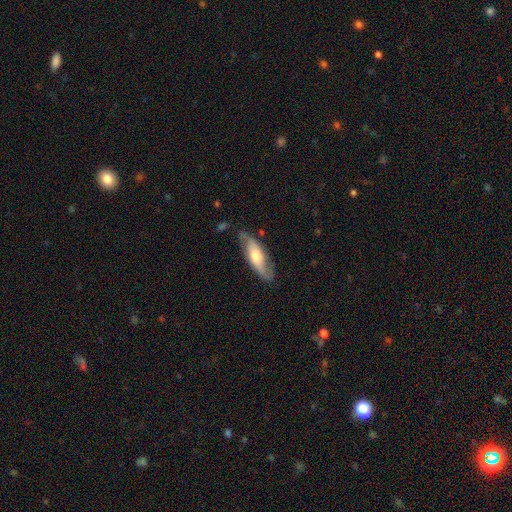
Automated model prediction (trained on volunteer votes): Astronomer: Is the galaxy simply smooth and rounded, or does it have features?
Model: featured or disk — 54% (runner-up: smooth, 40%).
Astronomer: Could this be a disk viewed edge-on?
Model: no — 69%.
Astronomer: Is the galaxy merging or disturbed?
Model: none — 74%.